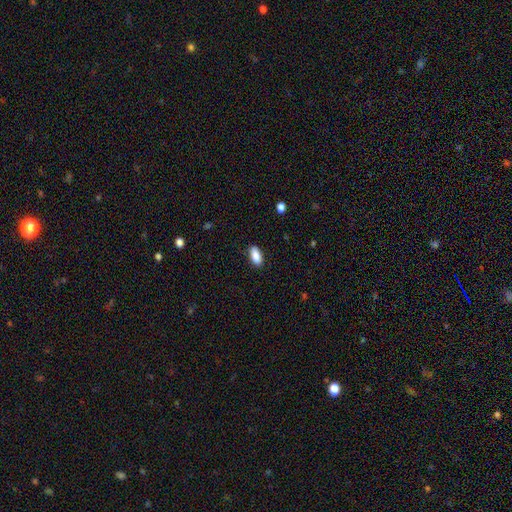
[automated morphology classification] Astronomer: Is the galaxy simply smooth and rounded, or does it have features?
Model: smooth — 89%.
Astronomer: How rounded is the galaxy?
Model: in between — 87%.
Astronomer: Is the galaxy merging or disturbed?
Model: none — 87%.